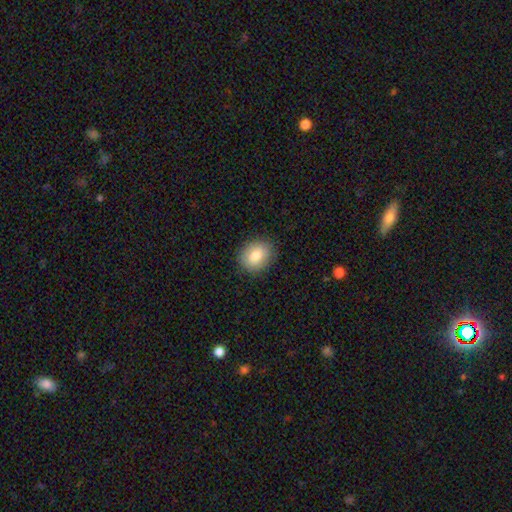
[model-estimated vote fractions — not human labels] This is clearly a smooth galaxy (82%). How rounded: possibly round (55%). Merging: clearly none (88%).